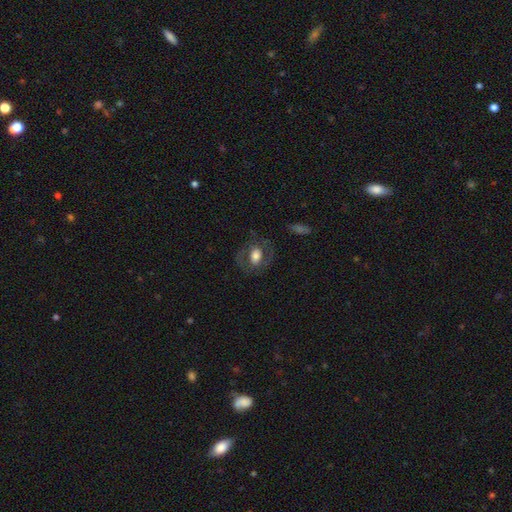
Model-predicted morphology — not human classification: Overall: smooth (51%; featured or disk 41%). How rounded: in between (69%). Merging: none (70%).